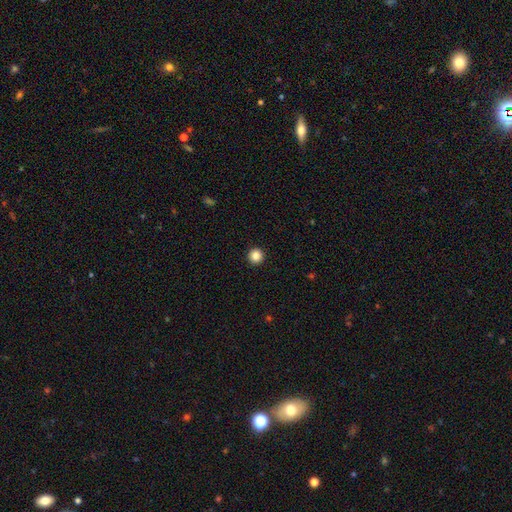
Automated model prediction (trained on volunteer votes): Smooth or featured?
  - smooth: 86% *
  - star or artifact: 11%
  - featured or disk: 4%
How rounded?
  - round: 96% *
  - in between: 3%
  - cigar-shaped: 1%
Merging?
  - none: 94% *
  - minor disturbance: 4%
  - major disturbance: 1%
  - merger: 1%